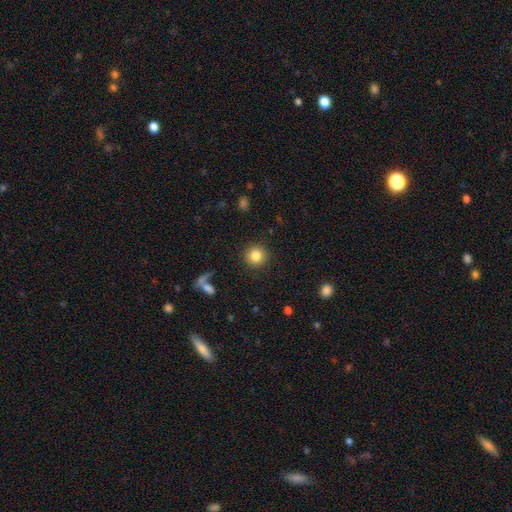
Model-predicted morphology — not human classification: Smooth or featured? Predicted: smooth (p=0.84). How rounded? Predicted: round (p=0.94). Merging? Predicted: none (p=0.91).